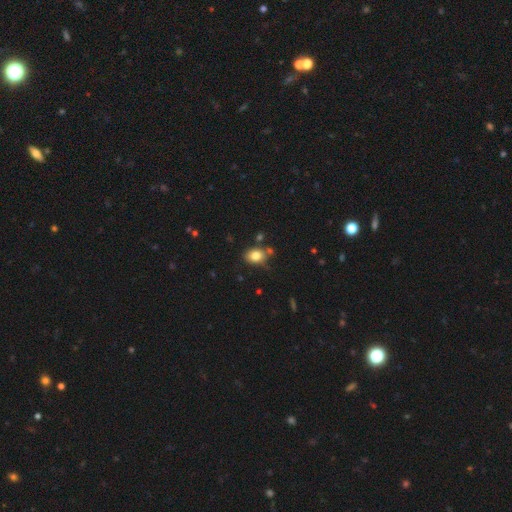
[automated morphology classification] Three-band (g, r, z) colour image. It shows a smooth galaxy with no disk features (81%) that is in between round and cigar-shaped (70%). Merging: none (70%).